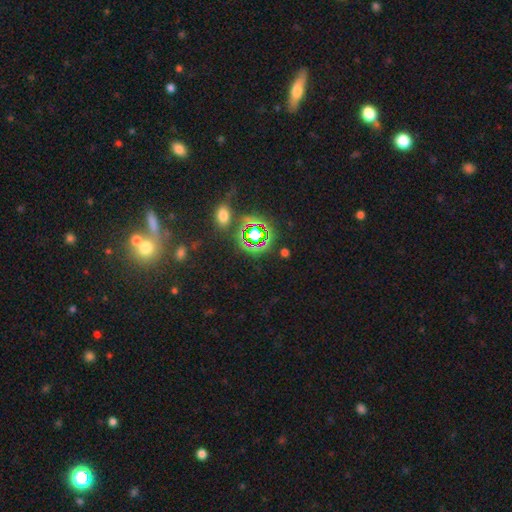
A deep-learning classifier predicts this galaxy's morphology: This appears to be a star or artifact, not a galaxy (71%).